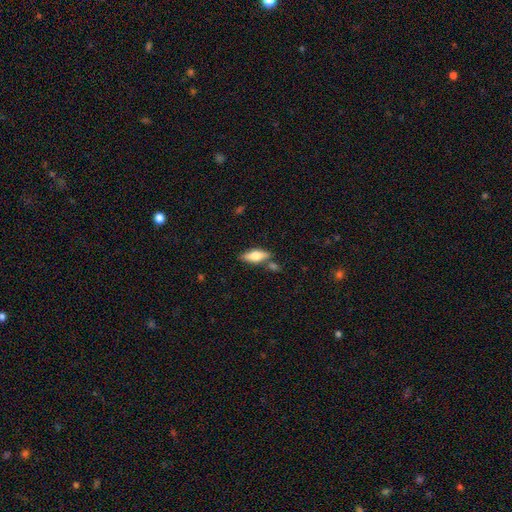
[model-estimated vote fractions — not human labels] A smooth galaxy with no disk features (61%) that is in between round and cigar-shaped (68%). Merging: none (73%).